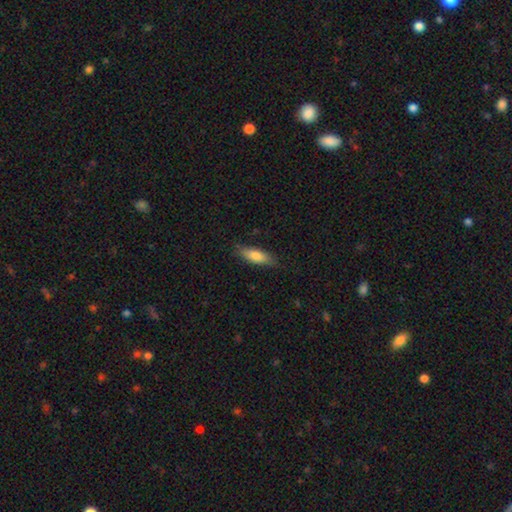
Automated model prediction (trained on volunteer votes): smooth-or-featured: smooth: 77% | featured or disk: 17% | star or artifact: 6%
  how-rounded: in between: 56% | cigar-shaped: 42% | round: 2%
  merging: none: 82% | minor disturbance: 15% | major disturbance: 3% | merger: 1%